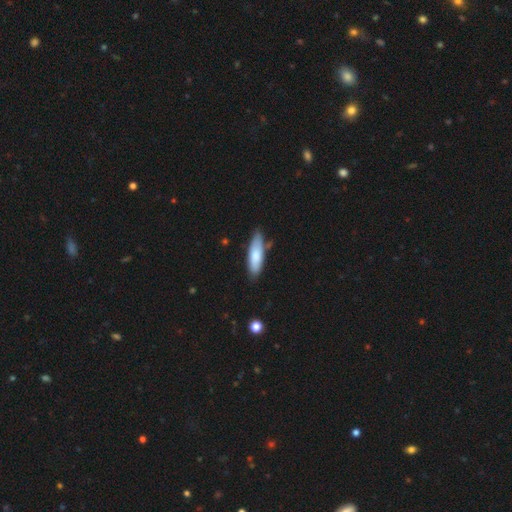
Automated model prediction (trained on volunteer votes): Smooth or featured?
  - smooth: 77% *
  - featured or disk: 18%
  - star or artifact: 5%
How rounded?
  - cigar-shaped: 50% *
  - in between: 48%
  - round: 2%
Merging?
  - none: 73% *
  - minor disturbance: 20%
  - merger: 4%
  - major disturbance: 3%